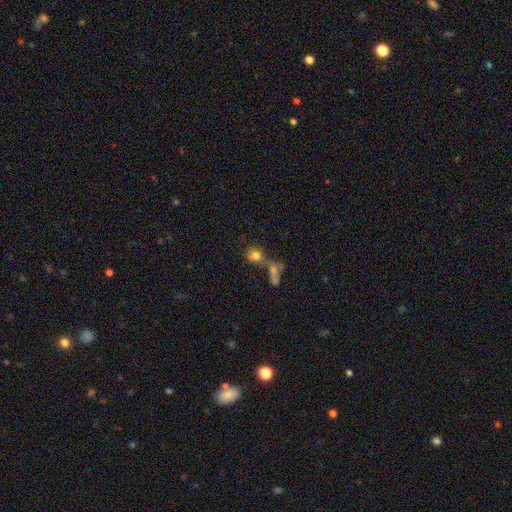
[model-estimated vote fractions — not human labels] Smooth or featured: smooth — 65% (featured or disk — 19%)
How rounded: in between — 50% (round — 46%)
Merging: merger — 54% (none — 27%)